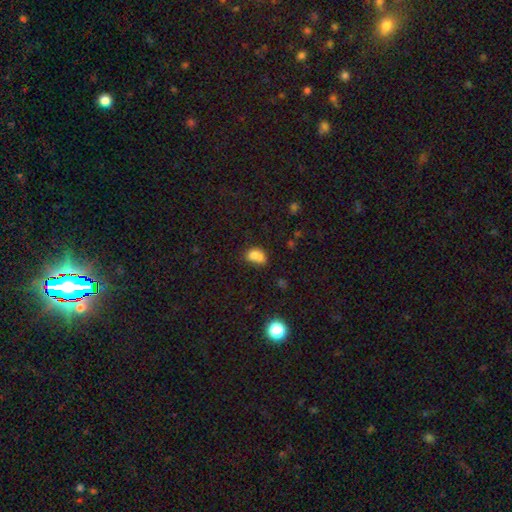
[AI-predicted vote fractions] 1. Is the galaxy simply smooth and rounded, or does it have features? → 73% smooth, 15% featured or disk, 12% star or artifact.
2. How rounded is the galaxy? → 54% in between, 45% round, 1% cigar-shaped.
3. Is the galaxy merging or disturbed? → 60% merger, 24% none, 11% minor disturbance, 5% major disturbance.